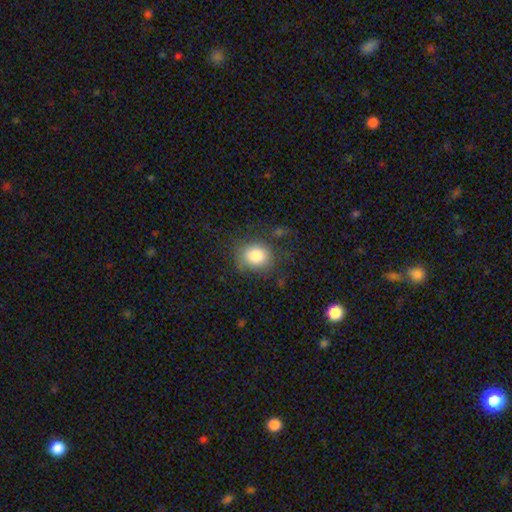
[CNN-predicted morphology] The model was most divided on "how rounded": round: 68%, in between: 31%, cigar-shaped: 1%. More confident: smooth or featured — smooth (83%); merging — none (71%).